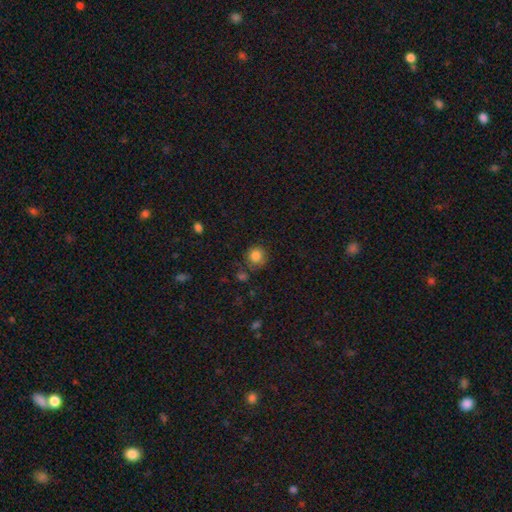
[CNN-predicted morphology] A smooth galaxy with no disk features (84%) that is round (90%). Merging: none (76%).